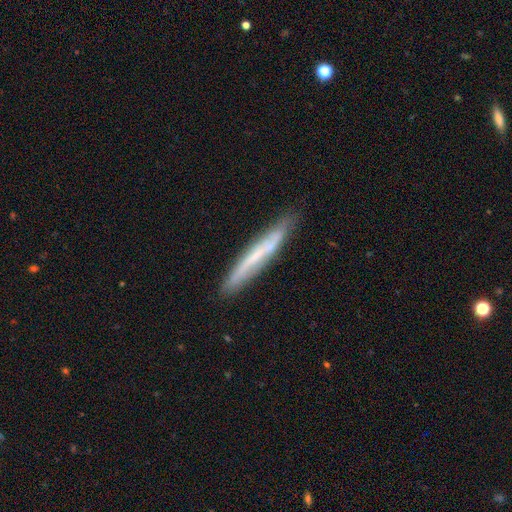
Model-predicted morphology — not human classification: This is possibly a featured or disk galaxy (54%). It is clearly viewed edge-on (81%). Merging: likely none (79%).